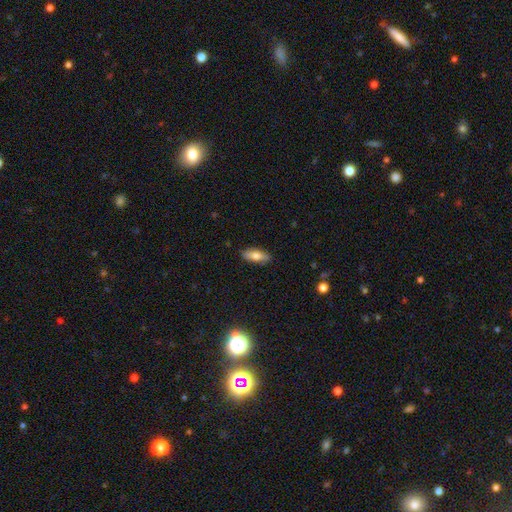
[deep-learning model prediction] The model was most divided on "how rounded": in between: 68%, cigar-shaped: 29%, round: 3%. More confident: merging — none (88%); smooth or featured — smooth (75%).